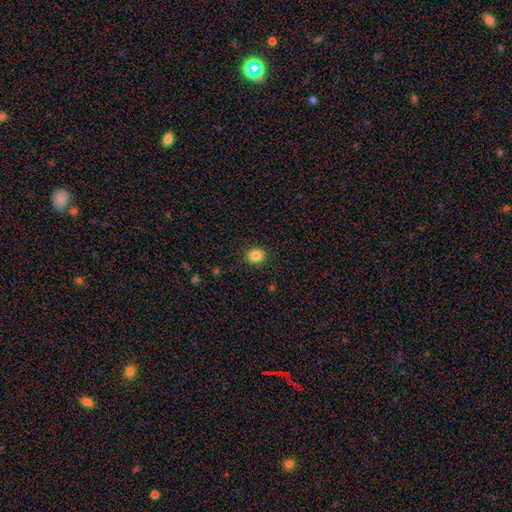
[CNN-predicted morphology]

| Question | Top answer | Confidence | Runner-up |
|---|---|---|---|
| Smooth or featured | smooth | 84% | star or artifact (11%) |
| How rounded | round | 84% | in between (15%) |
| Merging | none | 90% | minor disturbance (6%) |